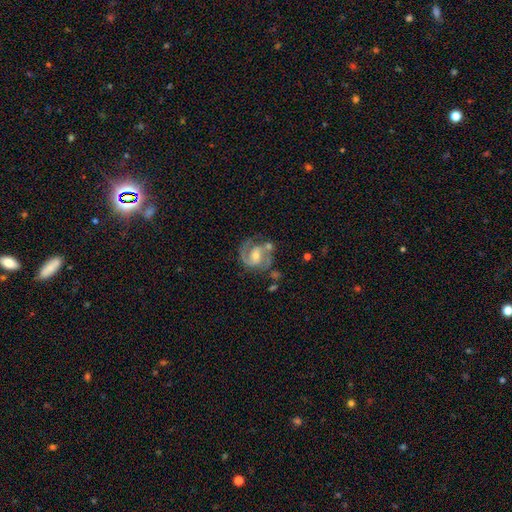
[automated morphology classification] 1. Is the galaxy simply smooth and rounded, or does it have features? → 87% featured or disk, 8% smooth, 5% star or artifact.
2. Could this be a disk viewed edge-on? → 98% no, 2% yes.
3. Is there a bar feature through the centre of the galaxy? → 44% weak, 40% no, 16% strong.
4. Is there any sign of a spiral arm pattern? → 96% yes, 4% no.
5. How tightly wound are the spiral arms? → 54% medium, 33% tight, 13% loose.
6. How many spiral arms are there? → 81% 2, 8% 1, 5% can't tell, 4% 3, 1% 4, 1% more than 4.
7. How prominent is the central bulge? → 54% moderate, 40% small, 3% large, 2% none, 1% dominant.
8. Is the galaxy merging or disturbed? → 58% none, 19% minor disturbance, 12% merger, 11% major disturbance.